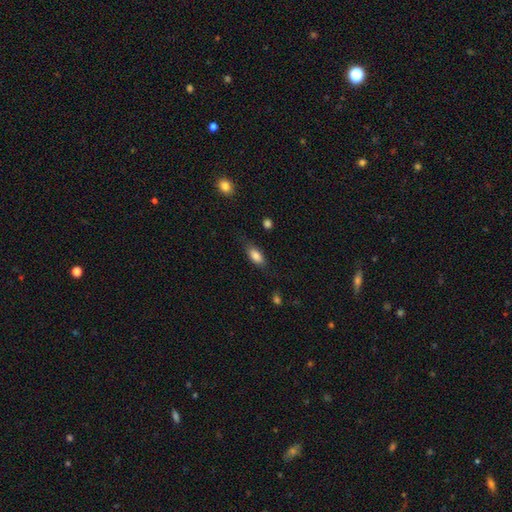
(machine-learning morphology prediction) Smooth or featured? smooth (82%)
How rounded? in between (81%)
Merging? none (70%)